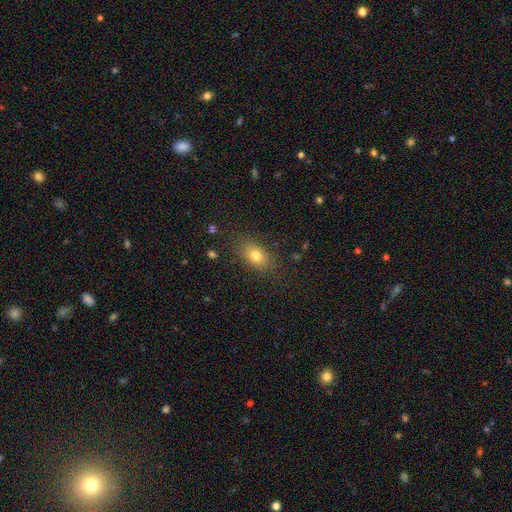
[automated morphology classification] This appears to be a smooth galaxy with no disk features (78%) that is in between round and cigar-shaped (80%). Merging: none (83%).